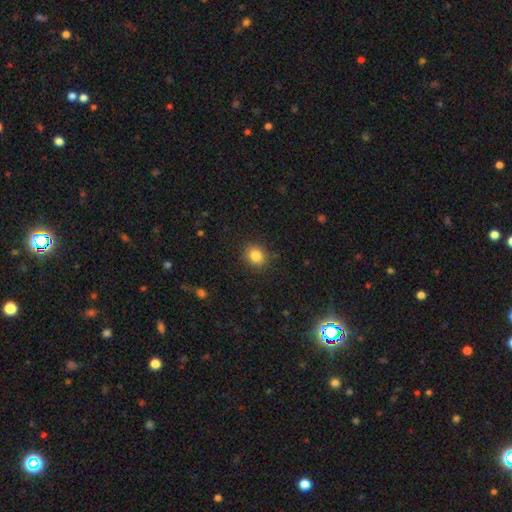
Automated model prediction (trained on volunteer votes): Overall: smooth (84%). How rounded: round (67%; in between 32%). Merging: none (86%).